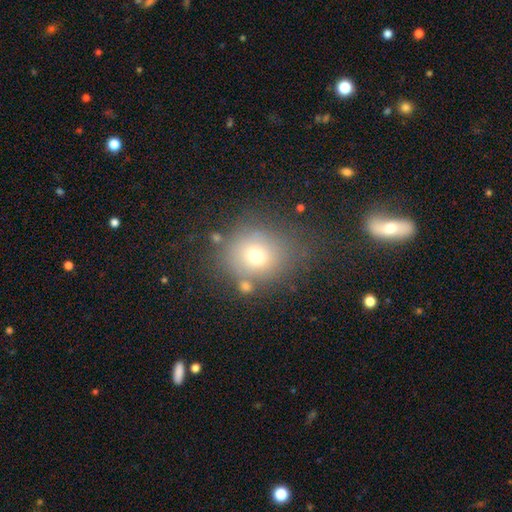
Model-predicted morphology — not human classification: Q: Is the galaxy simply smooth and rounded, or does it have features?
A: smooth — 68%.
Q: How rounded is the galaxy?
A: round — 79%.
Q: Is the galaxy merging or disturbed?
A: none — 68%.